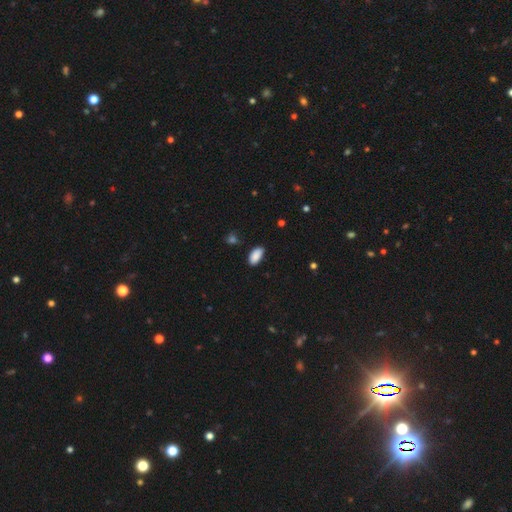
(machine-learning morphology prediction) smooth_or_featured: smooth (p=0.89) [alt: star or artifact p=0.07]
how_rounded: in between (p=0.94) [alt: cigar-shaped p=0.04]
merging: none (p=0.82) [alt: minor disturbance p=0.14]